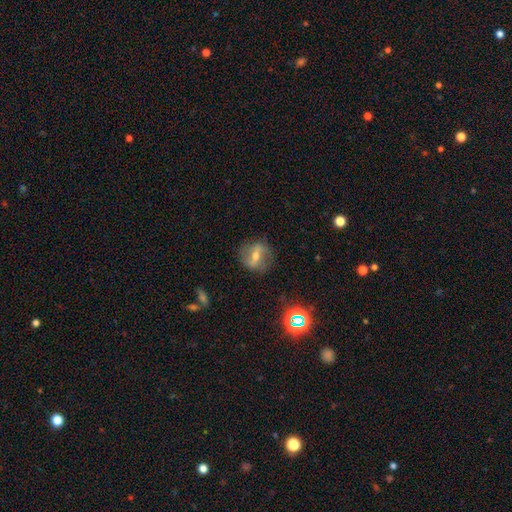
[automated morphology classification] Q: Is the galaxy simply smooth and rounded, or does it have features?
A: featured or disk — 62%.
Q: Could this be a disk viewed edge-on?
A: no — 85%.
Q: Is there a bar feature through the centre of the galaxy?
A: strong — 61%.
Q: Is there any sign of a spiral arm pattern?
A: yes — 56%.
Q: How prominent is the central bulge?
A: moderate — 49%.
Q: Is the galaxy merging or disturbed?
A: none — 81%.